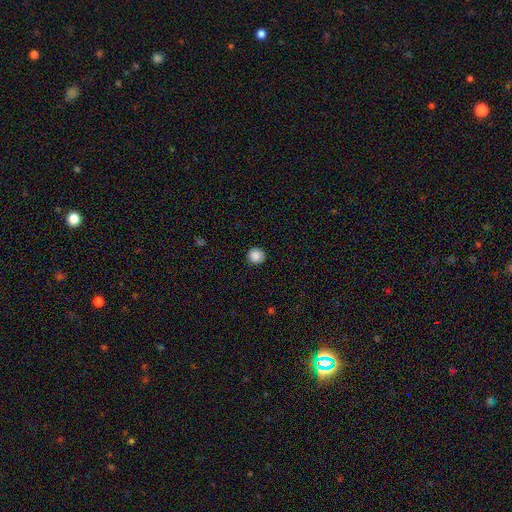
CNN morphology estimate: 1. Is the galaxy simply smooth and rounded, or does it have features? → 87% smooth, 10% star or artifact, 3% featured or disk.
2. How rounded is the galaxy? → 94% round, 5% in between, 1% cigar-shaped.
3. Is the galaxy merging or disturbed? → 90% none, 7% minor disturbance, 2% major disturbance, 1% merger.